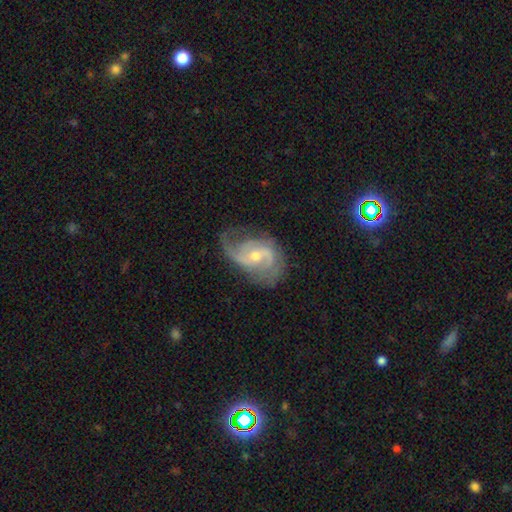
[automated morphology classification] This appears to be a featured or disk galaxy (86%) with a weak bar (47%), 2 (73%) medium (44%) spiral arms (95%) and a small central bulge (51%). Merging: none (57%).